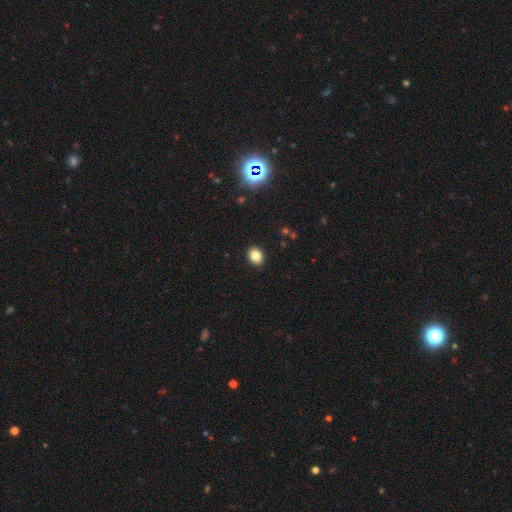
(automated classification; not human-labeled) smooth_or_featured: smooth (p=0.83) [alt: star or artifact p=0.10]
how_rounded: in between (p=0.58) [alt: round p=0.41]
merging: none (p=0.91) [alt: minor disturbance p=0.07]